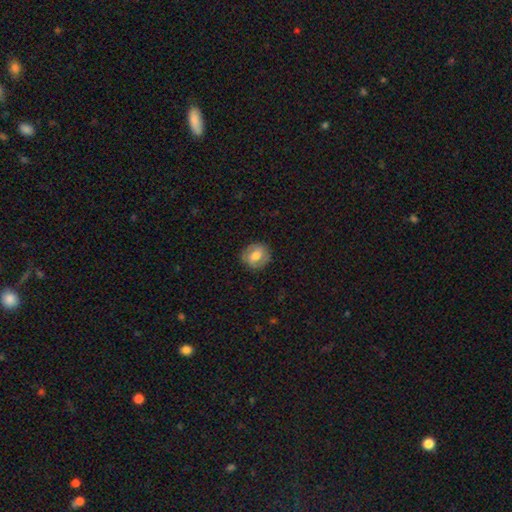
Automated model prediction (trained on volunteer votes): Smooth or featured?
  - smooth: 57% *
  - featured or disk: 35%
  - star or artifact: 8%
How rounded?
  - round: 76% *
  - in between: 23%
  - cigar-shaped: 1%
Merging?
  - none: 84% *
  - minor disturbance: 11%
  - major disturbance: 4%
  - merger: 1%